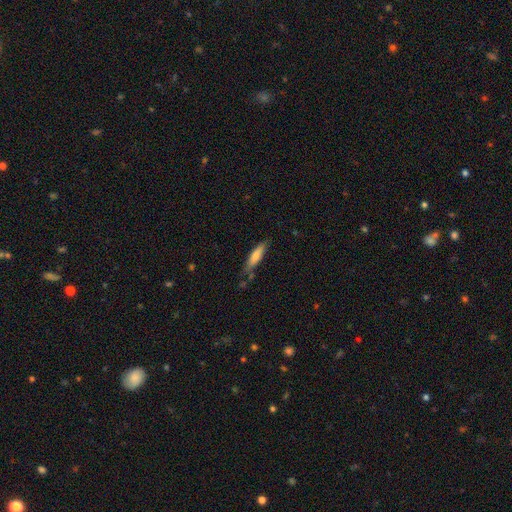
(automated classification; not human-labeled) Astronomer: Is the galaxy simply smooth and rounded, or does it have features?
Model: smooth — 72%.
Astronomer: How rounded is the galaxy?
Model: cigar-shaped — 77%.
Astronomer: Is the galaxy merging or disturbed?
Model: none — 68%.